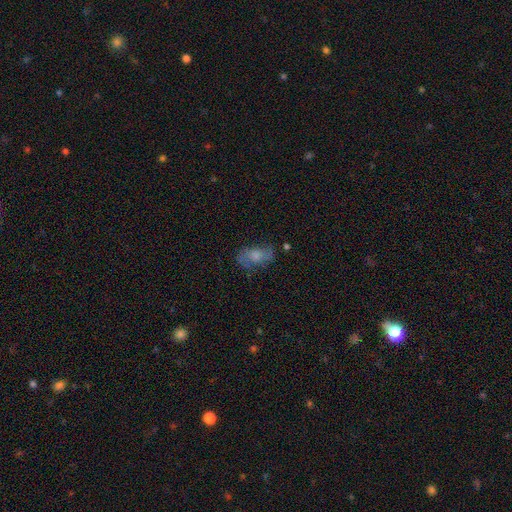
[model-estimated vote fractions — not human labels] smooth 52%, featured or disk 37%, star or artifact 11%. Down the decision tree: how rounded — in between (86%); merging — none (57%).